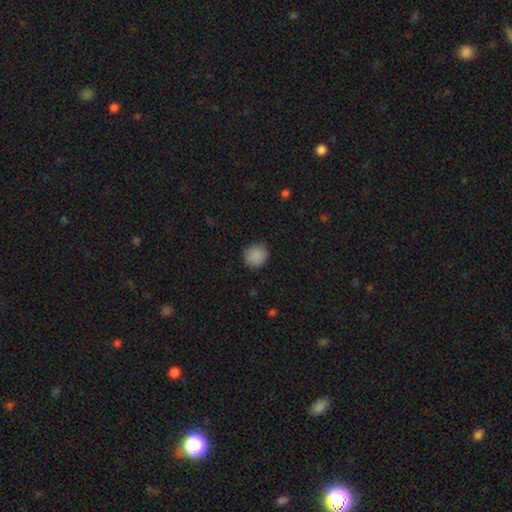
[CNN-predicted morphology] smooth-or-featured: smooth: 88% | star or artifact: 9% | featured or disk: 4%
  how-rounded: round: 85% | in between: 15% | cigar-shaped: 1%
  merging: none: 85% | minor disturbance: 11% | major disturbance: 3% | merger: 1%